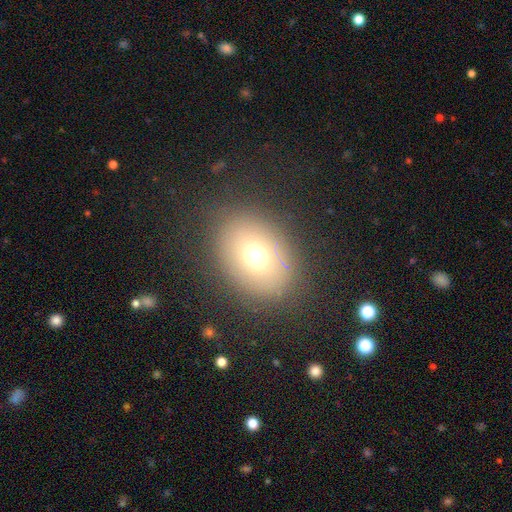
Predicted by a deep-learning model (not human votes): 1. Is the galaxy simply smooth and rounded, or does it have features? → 68% smooth, 16% star or artifact, 16% featured or disk.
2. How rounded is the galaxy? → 60% in between, 39% round, 1% cigar-shaped.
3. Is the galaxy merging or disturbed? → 82% none, 10% minor disturbance, 6% major disturbance, 1% merger.